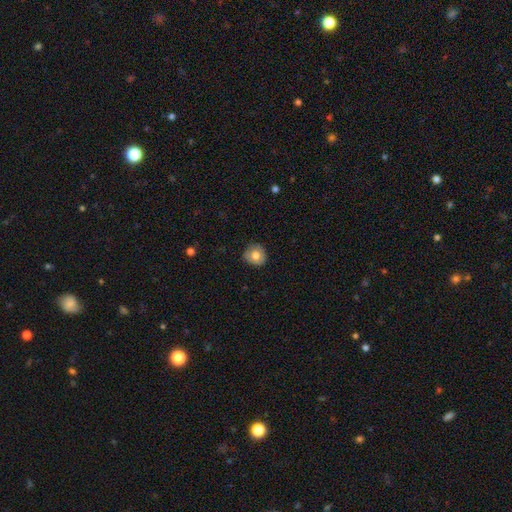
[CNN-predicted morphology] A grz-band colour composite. It shows a smooth galaxy with no disk features (73%) that is round (86%). Merging: none (82%).